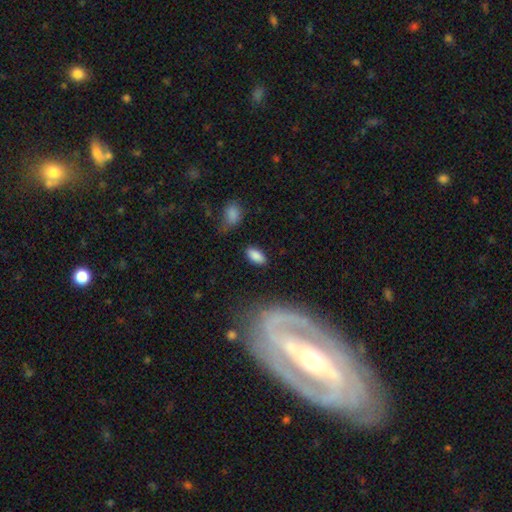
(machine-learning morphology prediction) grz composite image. It shows a smooth galaxy with no disk features (87%) that is in between round and cigar-shaped (92%). Merging: none (84%).